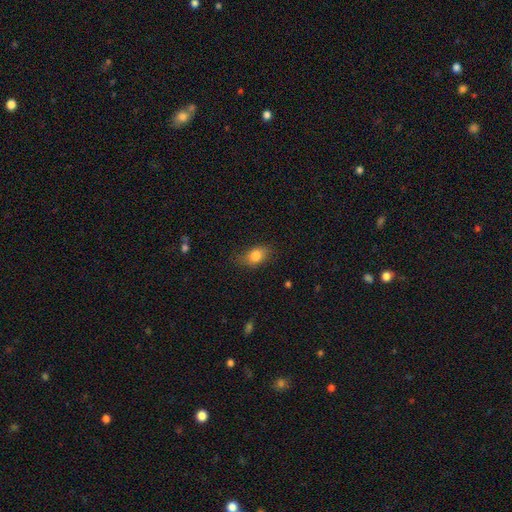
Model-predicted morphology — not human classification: type=smooth (81%); roundness=in between (78%); merging=none (70%).